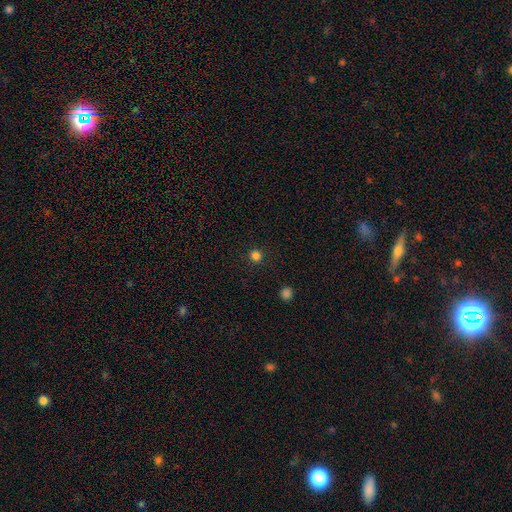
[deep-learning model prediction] Morphology: type=smooth (82%); roundness=round (94%); merging=none (91%).